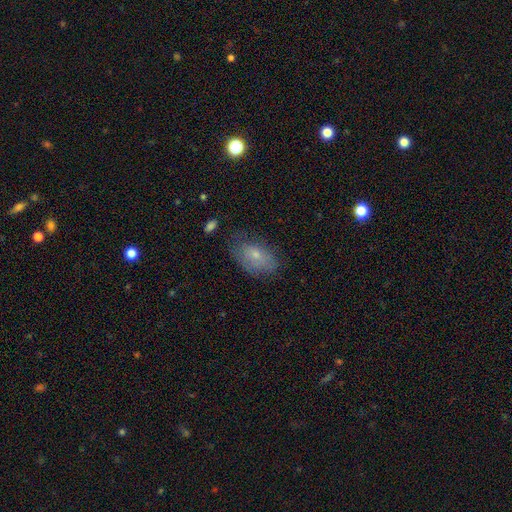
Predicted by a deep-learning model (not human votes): This appears to be a smooth galaxy with no disk features (67%) that is in between round and cigar-shaped (89%). Merging: none (61%).